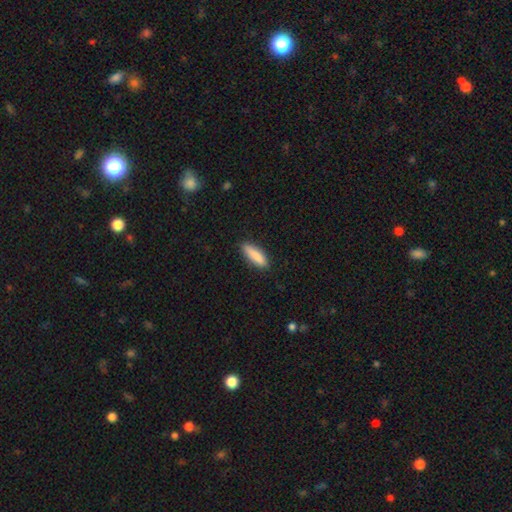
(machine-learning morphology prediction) A smooth galaxy with no disk features (87%) that is cigar-shaped (60%).

Vote fractions:
- Smooth or featured? smooth: 87% / featured or disk: 8% / star or artifact: 6%
- How rounded? cigar-shaped: 60% / in between: 38% / round: 2%
- Merging? none: 87% / minor disturbance: 10% / major disturbance: 2% / merger: 1%